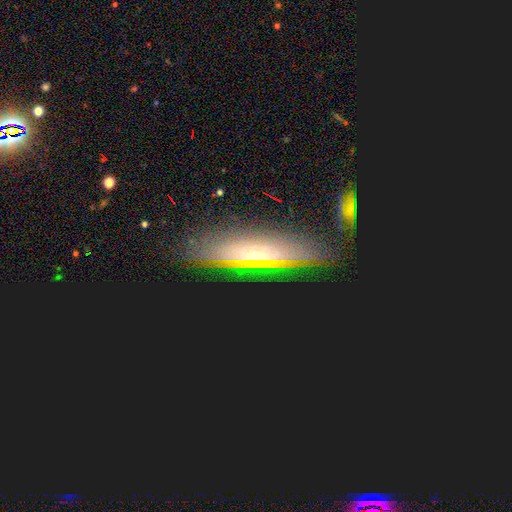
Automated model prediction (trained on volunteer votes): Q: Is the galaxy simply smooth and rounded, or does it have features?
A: featured or disk — 60%.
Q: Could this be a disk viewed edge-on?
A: yes — 77%.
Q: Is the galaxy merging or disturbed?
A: none — 82%.